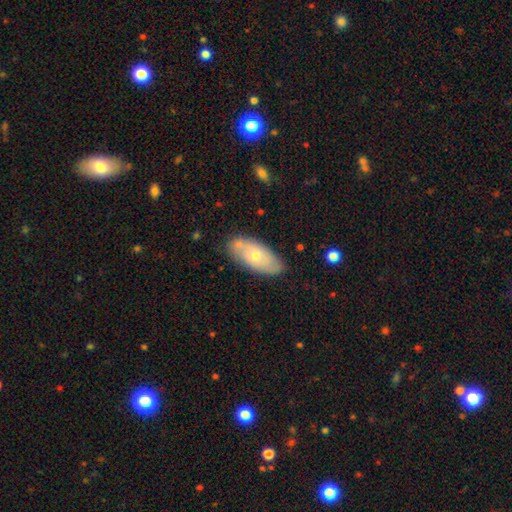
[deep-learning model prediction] This appears to be a smooth galaxy with no disk features (55%) that is in between round and cigar-shaped (87%). Merging: none (75%).